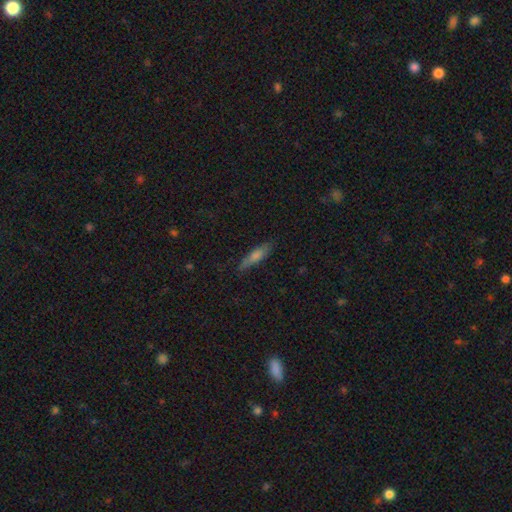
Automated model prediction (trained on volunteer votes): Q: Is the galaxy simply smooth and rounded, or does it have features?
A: smooth — 56%.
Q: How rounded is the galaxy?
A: cigar-shaped — 80%.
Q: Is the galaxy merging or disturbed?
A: none — 80%.